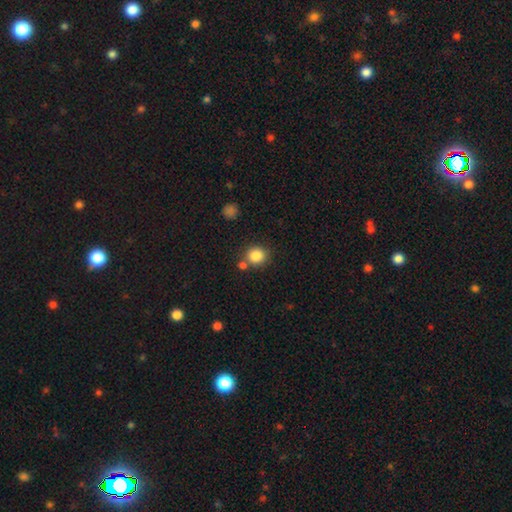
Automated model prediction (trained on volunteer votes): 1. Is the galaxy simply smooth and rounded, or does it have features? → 85% smooth, 10% star or artifact, 5% featured or disk.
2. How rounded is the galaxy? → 83% round, 16% in between, 1% cigar-shaped.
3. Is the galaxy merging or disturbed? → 72% none, 15% merger, 9% minor disturbance, 3% major disturbance.